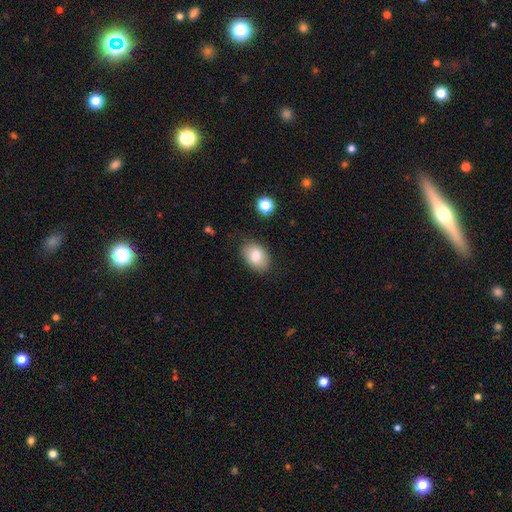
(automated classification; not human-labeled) smooth_or_featured: smooth (p=0.83) [alt: featured or disk p=0.10]
how_rounded: in between (p=0.85) [alt: round p=0.14]
merging: none (p=0.82) [alt: minor disturbance p=0.14]